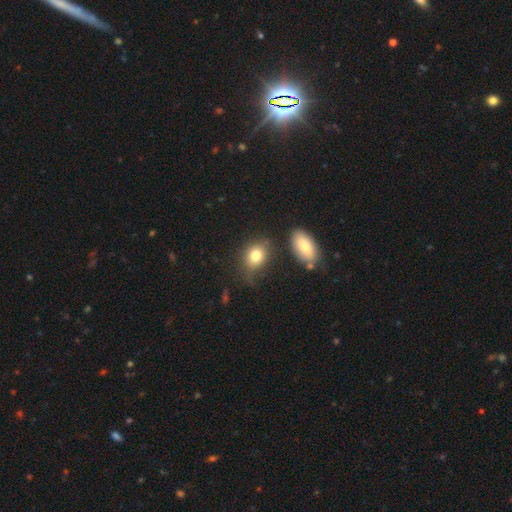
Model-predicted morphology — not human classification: Smooth or featured?
  - smooth: 81% *
  - featured or disk: 10%
  - star or artifact: 9%
How rounded?
  - in between: 64% *
  - round: 35%
  - cigar-shaped: 2%
Merging?
  - none: 64% *
  - minor disturbance: 20%
  - merger: 9%
  - major disturbance: 7%